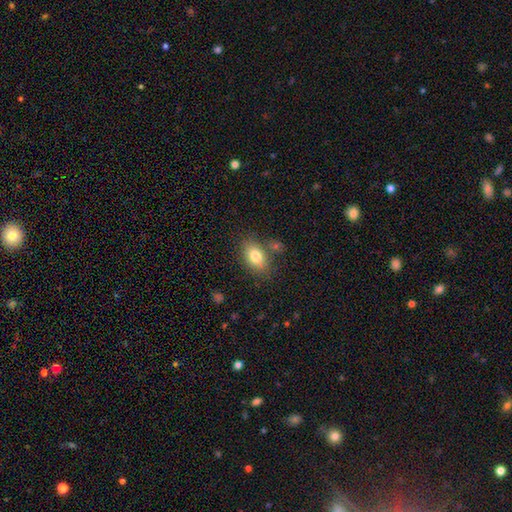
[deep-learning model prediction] A smooth galaxy with no disk features (80%) that is in between round and cigar-shaped (86%). Merging: none (73%).